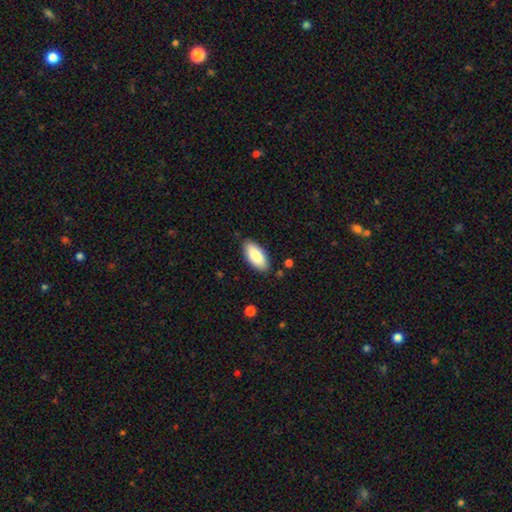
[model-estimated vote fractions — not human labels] A smooth galaxy with no disk features (85%) that is in between round and cigar-shaped (90%). Merging: none (86%).